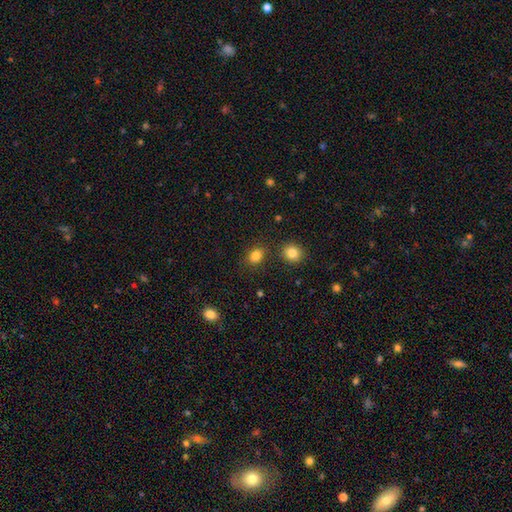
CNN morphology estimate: This is clearly a smooth galaxy (84%). How rounded: possibly round (50%). Merging: clearly none (82%).